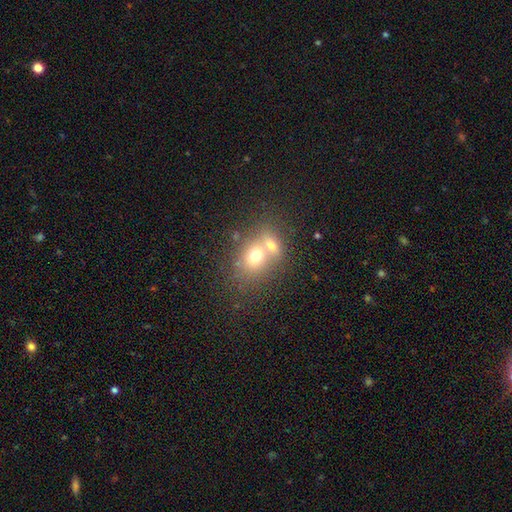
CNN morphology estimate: smooth 67%, featured or disk 21%, star or artifact 12%. Down the decision tree: how rounded — in between (50%); merging — merger (61%).